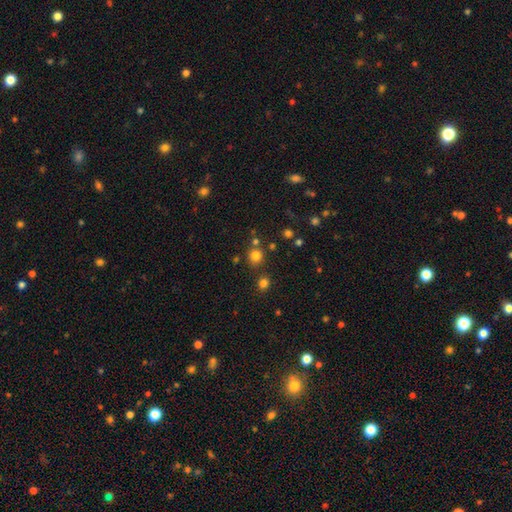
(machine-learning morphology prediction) Smooth or featured: smooth — 77% (star or artifact — 17%)
How rounded: round — 89% (in between — 10%)
Merging: none — 78% (merger — 11%)